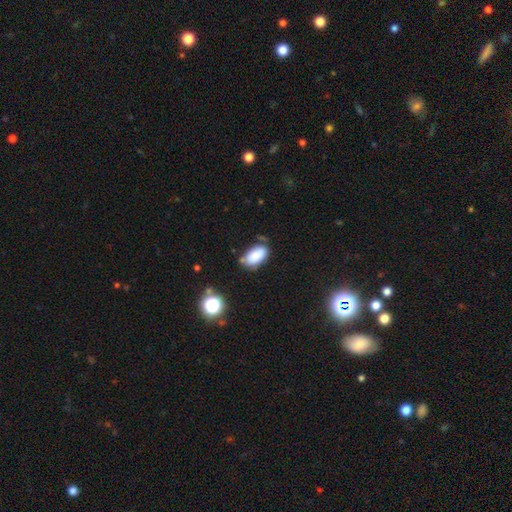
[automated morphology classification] smooth 84%, star or artifact 9%, featured or disk 7%. Down the decision tree: how rounded — in between (93%); merging — none (66%).